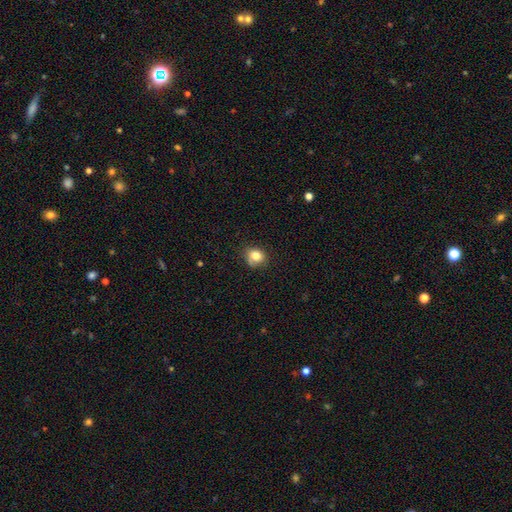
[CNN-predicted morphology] Smooth or featured? Predicted: smooth (p=0.81). How rounded? Predicted: round (p=0.69). Merging? Predicted: none (p=0.68).